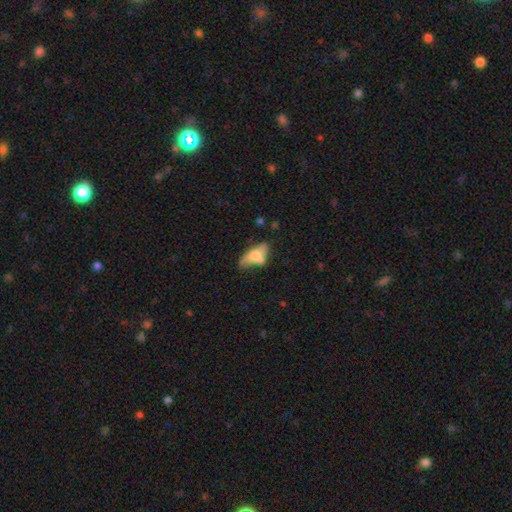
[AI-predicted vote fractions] Smooth or featured?
  - smooth: 57% *
  - featured or disk: 34%
  - star or artifact: 8%
How rounded?
  - in between: 78% *
  - cigar-shaped: 18%
  - round: 4%
Merging?
  - none: 36% *
  - minor disturbance: 26%
  - merger: 21%
  - major disturbance: 17%